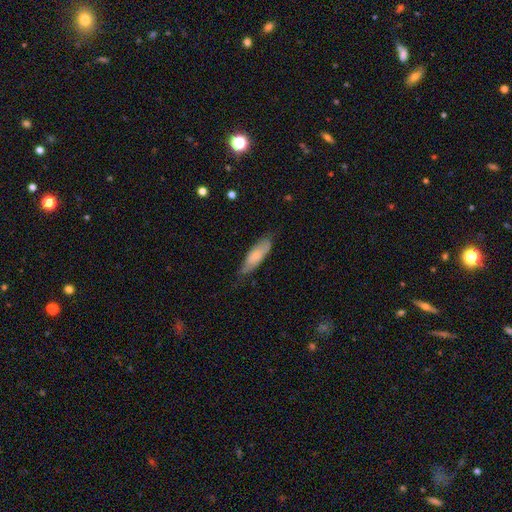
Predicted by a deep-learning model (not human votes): Q: Smooth or featured?
A: smooth (67%); runner-up: featured or disk (27%)
Q: How rounded?
A: in between (57%); runner-up: cigar-shaped (41%)
Q: Merging?
A: none (63%); runner-up: minor disturbance (29%)